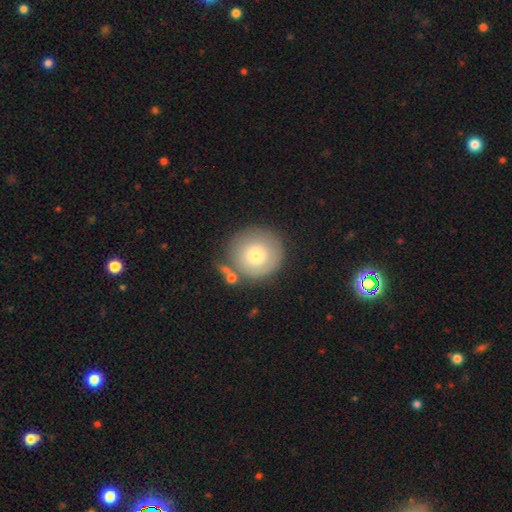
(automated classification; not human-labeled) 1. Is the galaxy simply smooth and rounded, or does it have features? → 73% smooth, 19% featured or disk, 8% star or artifact.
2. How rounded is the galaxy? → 94% round, 5% in between, 1% cigar-shaped.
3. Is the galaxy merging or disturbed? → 75% none, 13% minor disturbance, 7% merger, 5% major disturbance.